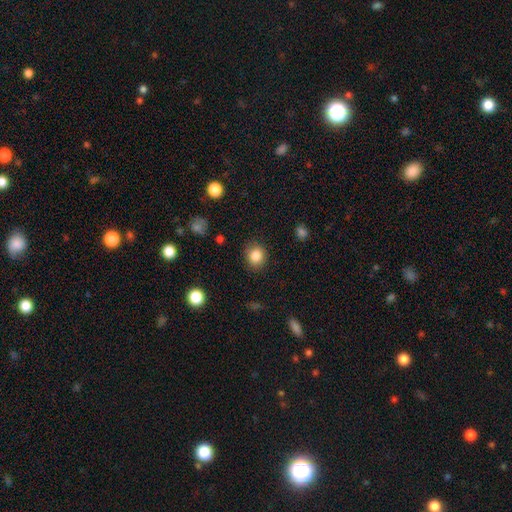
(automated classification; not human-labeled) A smooth galaxy with no disk features (84%) that is round (70%).

Vote fractions:
- Smooth or featured? smooth: 84% / star or artifact: 10% / featured or disk: 6%
- How rounded? round: 70% / in between: 29% / cigar-shaped: 1%
- Merging? none: 86% / minor disturbance: 10% / major disturbance: 3% / merger: 1%